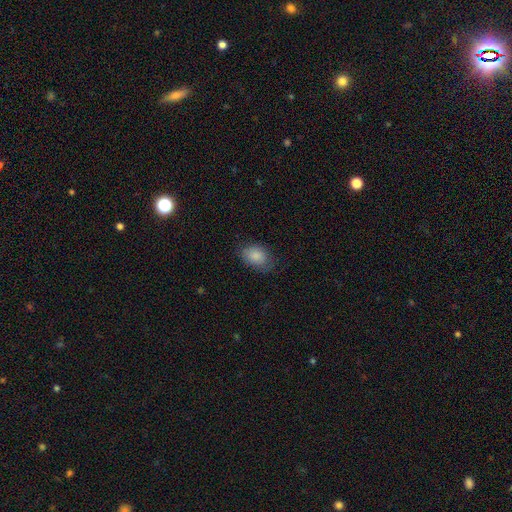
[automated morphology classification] smooth 86%, star or artifact 7%, featured or disk 7%. Down the decision tree: how rounded — in between (79%); merging — none (72%).